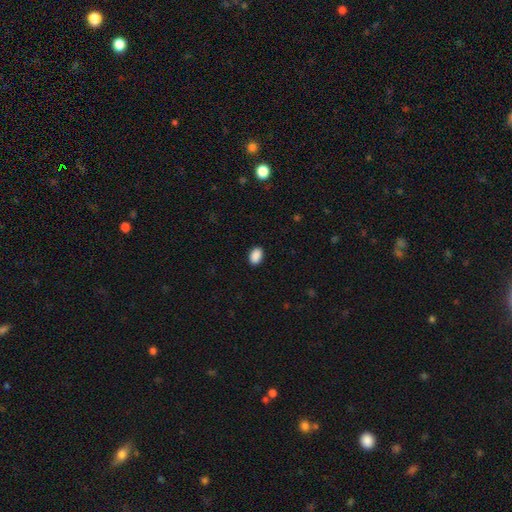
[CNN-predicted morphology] A smooth galaxy with no disk features (90%) that is in between round and cigar-shaped (85%).

Vote fractions:
- Smooth or featured? smooth: 90% / star or artifact: 8% / featured or disk: 2%
- How rounded? in between: 85% / round: 14% / cigar-shaped: 1%
- Merging? none: 90% / minor disturbance: 7% / major disturbance: 2% / merger: 1%